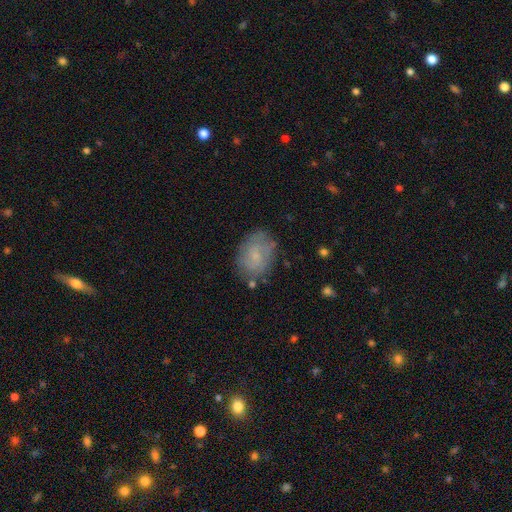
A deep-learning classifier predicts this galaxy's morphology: type=smooth (54%); roundness=in between (71%); merging=none (70%).